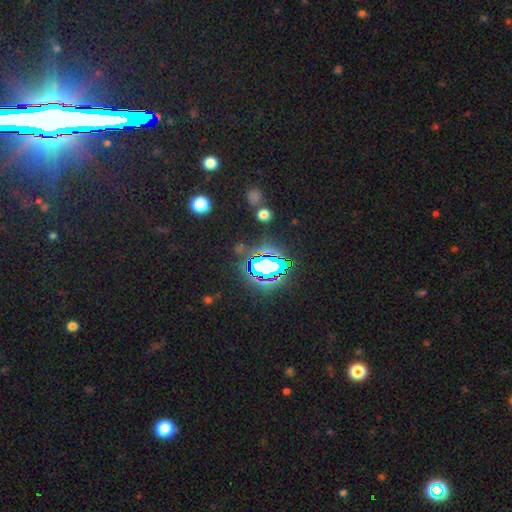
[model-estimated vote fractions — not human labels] star or artifact 79%, smooth 11%, featured or disk 10%.